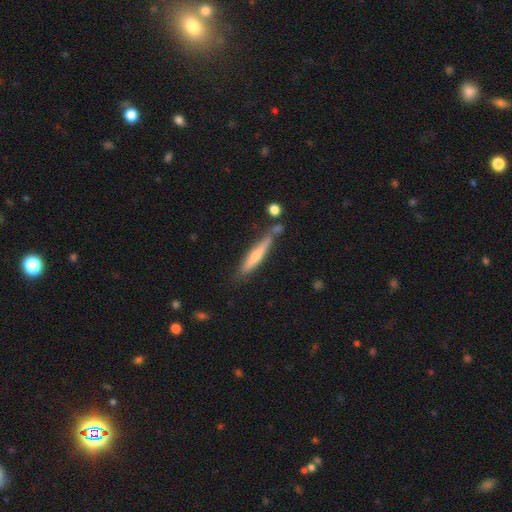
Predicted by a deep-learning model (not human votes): This appears to be a featured or disk galaxy (51%) viewed edge-on (91%). Merging: none (73%).